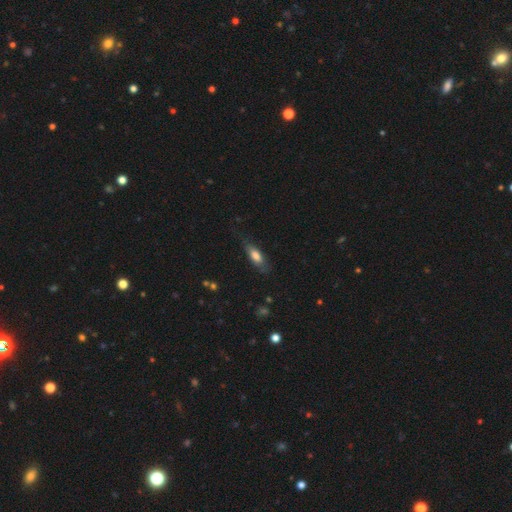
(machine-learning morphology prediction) Smooth or featured? Predicted: smooth (p=0.70). How rounded? Predicted: in between (p=0.66). Merging? Predicted: none (p=0.67).